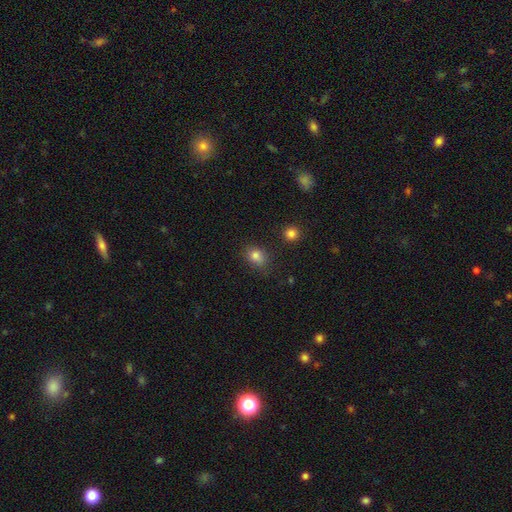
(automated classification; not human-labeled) Q: Smooth or featured?
A: smooth (81%); runner-up: star or artifact (12%)
Q: How rounded?
A: in between (56%); runner-up: round (43%)
Q: Merging?
A: none (75%); runner-up: minor disturbance (17%)